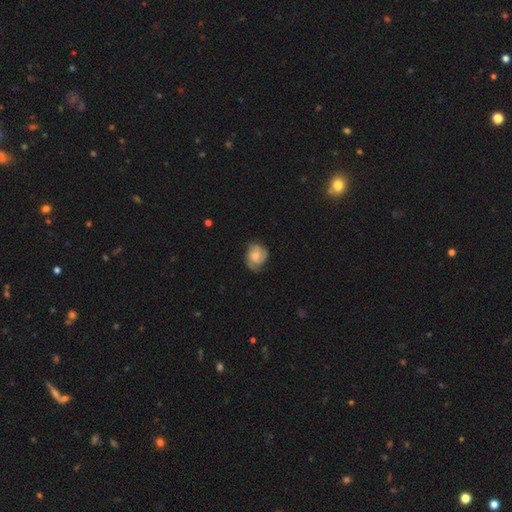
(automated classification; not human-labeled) Smooth or featured?
  - smooth: 48% *
  - featured or disk: 45%
  - star or artifact: 7%
Merging?
  - none: 63% *
  - minor disturbance: 27%
  - major disturbance: 9%
  - merger: 1%